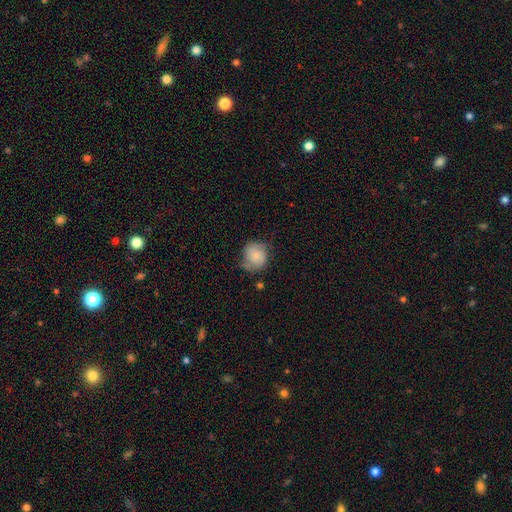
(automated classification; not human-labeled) Overall: smooth (63%; featured or disk 29%). How rounded: round (79%). Merging: none (58%; minor disturbance 30%).